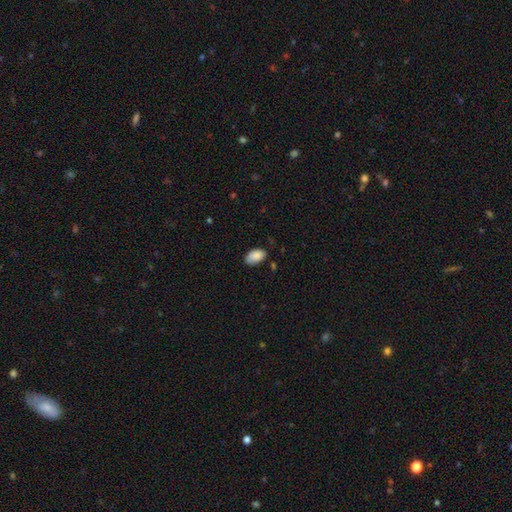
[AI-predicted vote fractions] Q: Smooth or featured?
A: smooth (88%); runner-up: star or artifact (7%)
Q: How rounded?
A: in between (94%); runner-up: round (5%)
Q: Merging?
A: none (73%); runner-up: minor disturbance (22%)